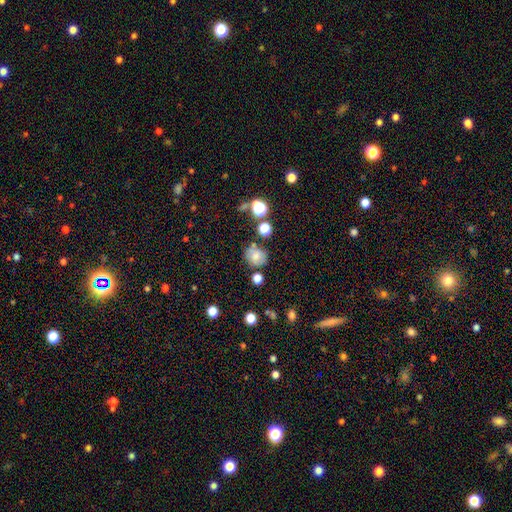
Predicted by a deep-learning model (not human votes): A smooth galaxy with no disk features (70%) that is round (78%).

Vote fractions:
- Smooth or featured? smooth: 70% / featured or disk: 15% / star or artifact: 15%
- How rounded? round: 78% / in between: 21% / cigar-shaped: 1%
- Merging? none: 70% / minor disturbance: 16% / merger: 9% / major disturbance: 5%